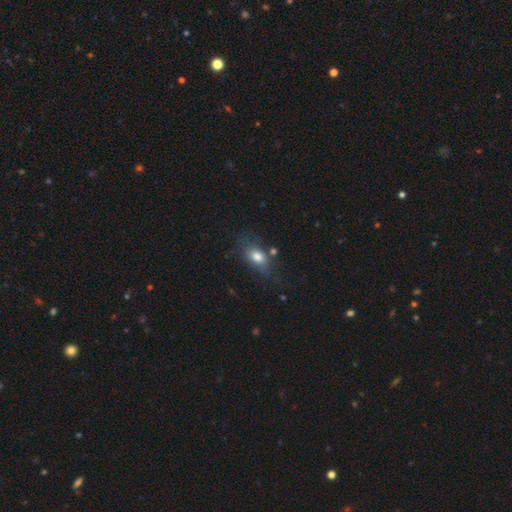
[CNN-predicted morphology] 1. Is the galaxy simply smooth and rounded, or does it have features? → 74% smooth, 14% featured or disk, 11% star or artifact.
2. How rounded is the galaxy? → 74% in between, 21% round, 5% cigar-shaped.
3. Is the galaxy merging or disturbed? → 62% none, 23% minor disturbance, 9% major disturbance, 6% merger.